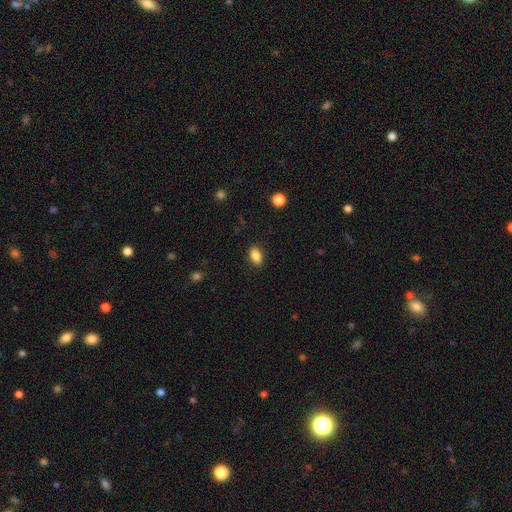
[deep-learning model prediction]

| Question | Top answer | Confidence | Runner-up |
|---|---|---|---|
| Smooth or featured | smooth | 86% | star or artifact (9%) |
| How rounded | in between | 88% | round (9%) |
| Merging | none | 87% | minor disturbance (9%) |